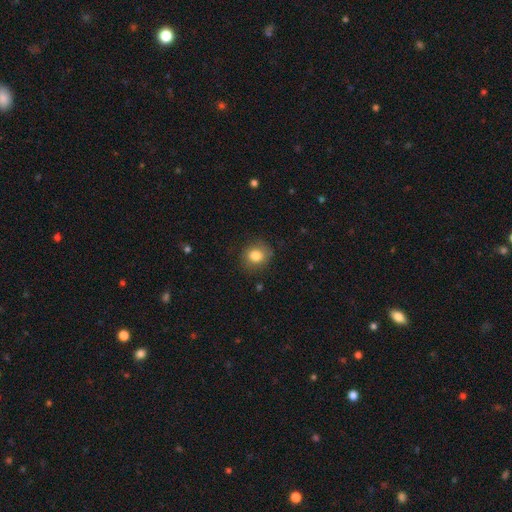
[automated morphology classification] Overall: smooth (83%). How rounded: round (76%). Merging: none (82%).